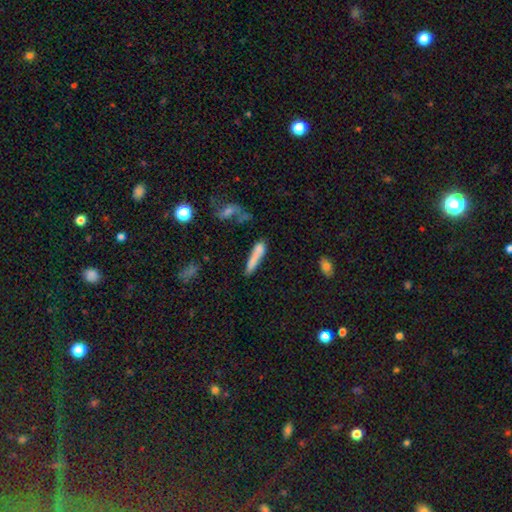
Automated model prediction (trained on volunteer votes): Overall: smooth (70%). How rounded: cigar-shaped (85%). Merging: none (53%; minor disturbance 21%).